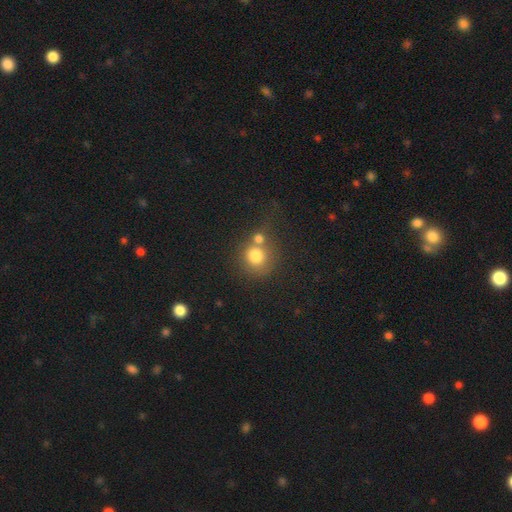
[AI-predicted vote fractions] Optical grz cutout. It shows a smooth galaxy with no disk features (77%) that is round (86%). Merging: merger (44%).